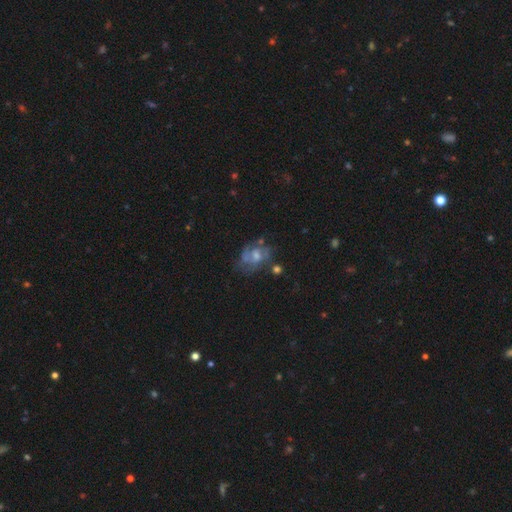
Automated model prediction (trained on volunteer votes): This appears to be a featured or disk galaxy (66%) with no bar (63%), spiral arms (67%) and a moderate central bulge (49%). Merging: none (43%).